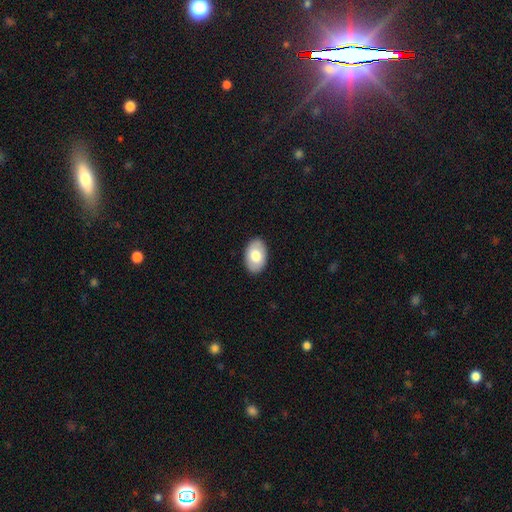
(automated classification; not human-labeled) Smooth or featured: smooth — 74% (featured or disk — 20%)
How rounded: in between — 90% (round — 9%)
Merging: none — 89% (minor disturbance — 8%)